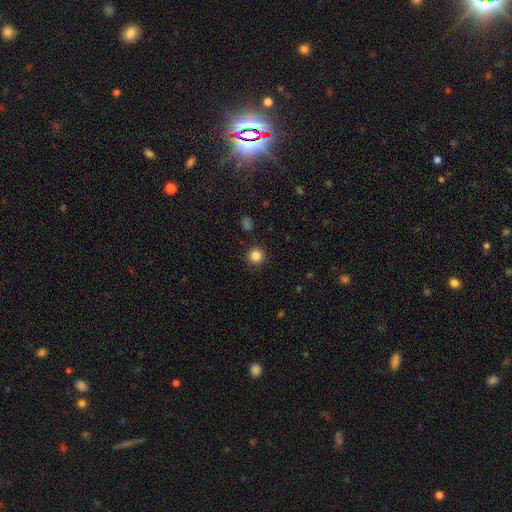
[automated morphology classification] This appears to be a smooth galaxy with no disk features (85%) that is round (94%). Merging: none (90%).